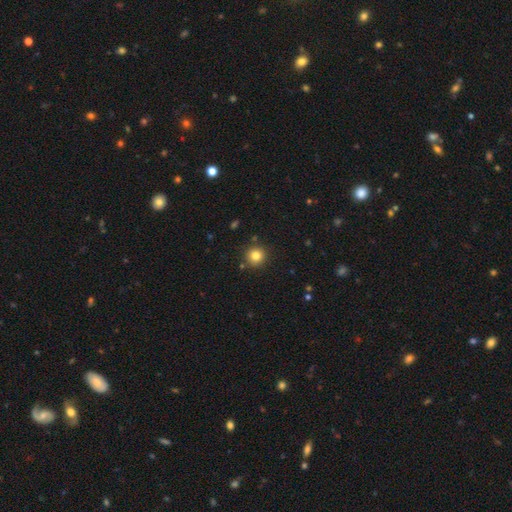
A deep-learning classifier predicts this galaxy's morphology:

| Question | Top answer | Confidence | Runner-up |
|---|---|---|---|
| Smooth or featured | smooth | 81% | star or artifact (12%) |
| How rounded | round | 94% | in between (5%) |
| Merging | none | 88% | minor disturbance (7%) |